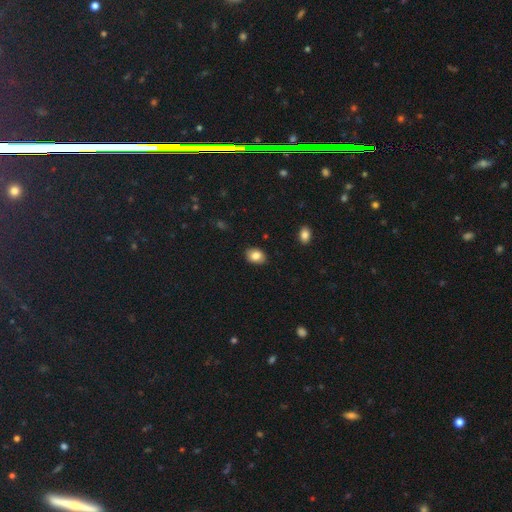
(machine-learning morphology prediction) Smooth or featured: smooth — 84% (star or artifact — 8%)
How rounded: in between — 70% (round — 29%)
Merging: none — 87% (minor disturbance — 10%)